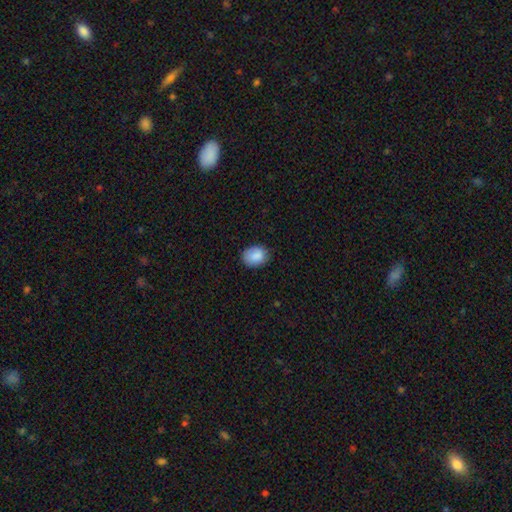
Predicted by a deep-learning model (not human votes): Smooth or featured? Predicted: smooth (p=0.88). How rounded? Predicted: in between (p=0.61). Merging? Predicted: none (p=0.80).